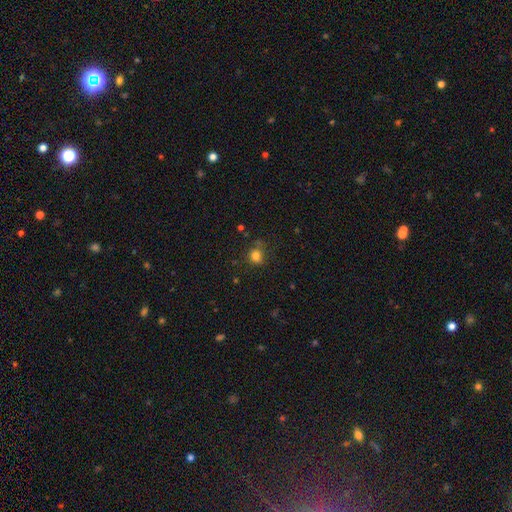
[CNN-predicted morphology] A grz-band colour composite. It shows a smooth galaxy with no disk features (79%) that is round (77%). Merging: none (69%).